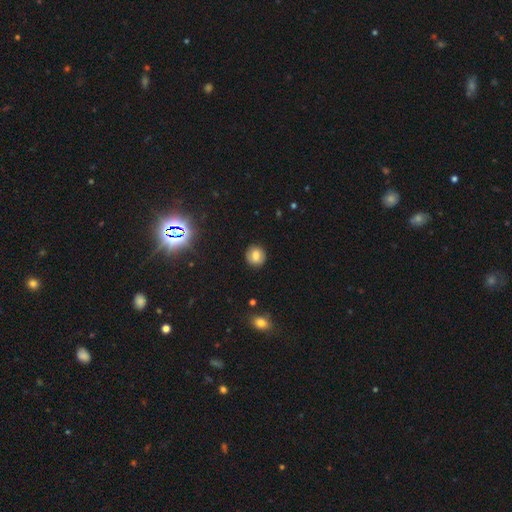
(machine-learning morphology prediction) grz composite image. It shows a smooth galaxy with no disk features (75%) that is round (86%). Merging: none (89%).